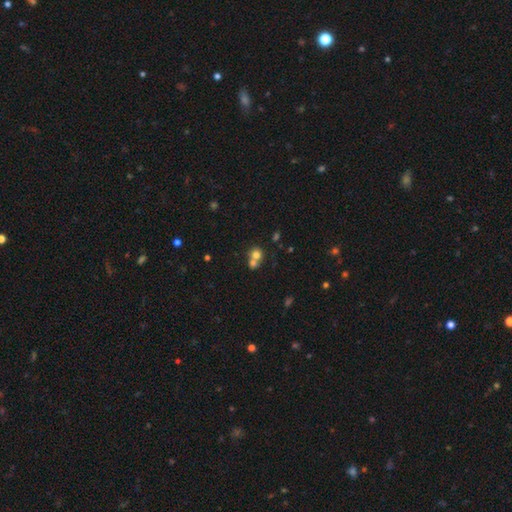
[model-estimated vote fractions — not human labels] Morphology: type=smooth (72%); roundness=round (80%); merging=merger (58%).